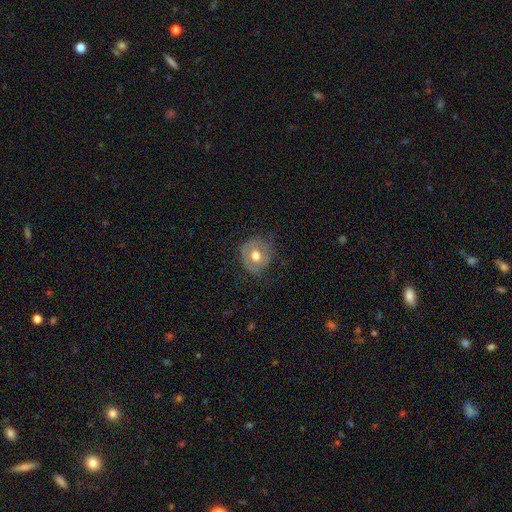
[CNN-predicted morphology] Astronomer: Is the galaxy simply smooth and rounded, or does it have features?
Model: smooth — 55% (runner-up: featured or disk, 38%).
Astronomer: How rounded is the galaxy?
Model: round — 80%.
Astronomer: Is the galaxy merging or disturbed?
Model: none — 66%.